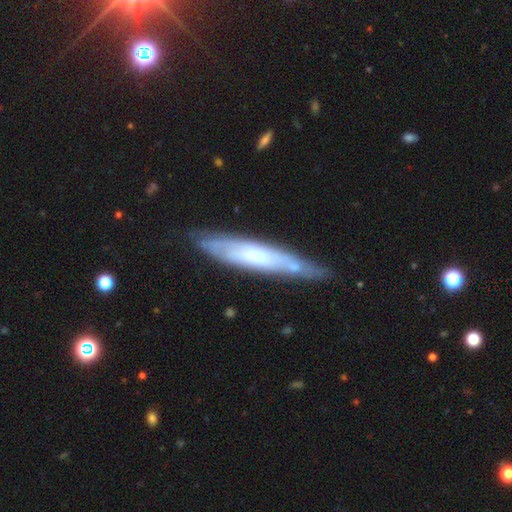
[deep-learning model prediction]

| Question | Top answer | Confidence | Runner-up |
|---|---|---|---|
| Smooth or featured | featured or disk | 55% | smooth (38%) |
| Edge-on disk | yes | 64% | no (36%) |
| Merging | none | 73% | minor disturbance (20%) |